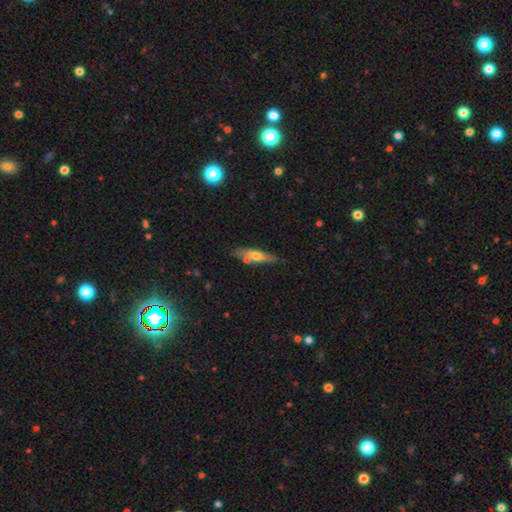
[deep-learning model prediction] Smooth or featured? smooth (54%)
How rounded? cigar-shaped (71%)
Merging? none (72%)